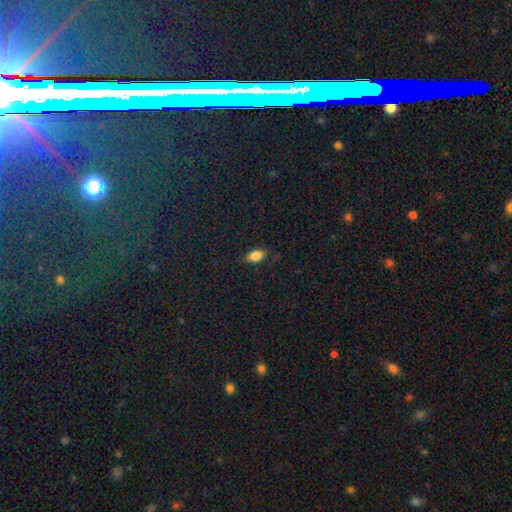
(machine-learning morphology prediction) Smooth or featured? Predicted: smooth (p=0.83). How rounded? Predicted: in between (p=0.89). Merging? Predicted: none (p=0.82).